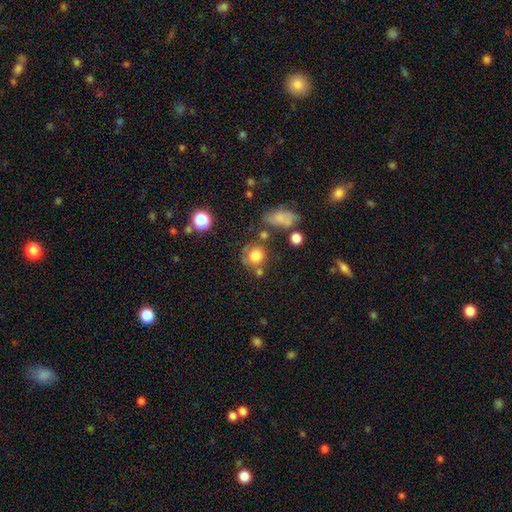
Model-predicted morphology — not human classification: This appears to be a smooth galaxy with no disk features (76%) that is round (80%). Merging: none (57%).